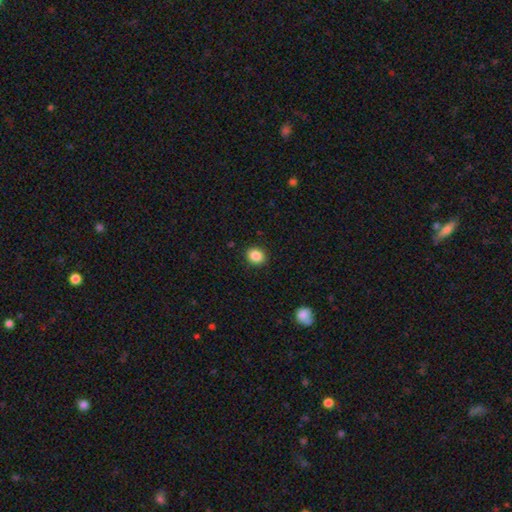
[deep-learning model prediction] This appears to be a smooth galaxy with no disk features (87%) that is round (66%). Merging: none (91%).